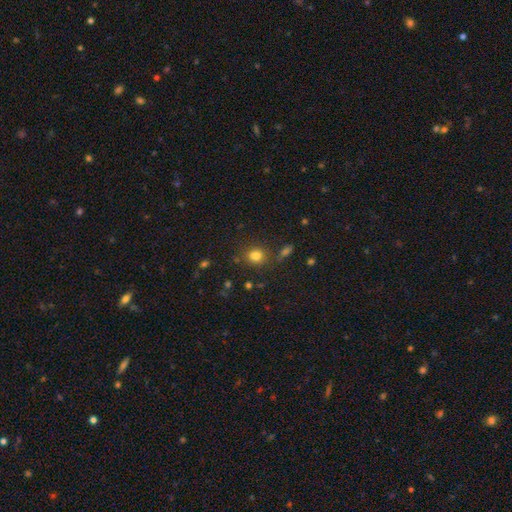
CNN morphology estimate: A smooth galaxy with no disk features (80%) that is round (70%).

Vote fractions:
- Smooth or featured? smooth: 80% / star or artifact: 14% / featured or disk: 6%
- How rounded? round: 70% / in between: 28% / cigar-shaped: 1%
- Merging? none: 76% / minor disturbance: 12% / merger: 8% / major disturbance: 4%